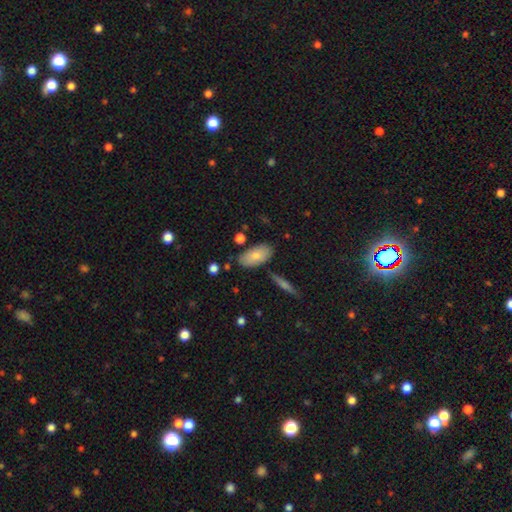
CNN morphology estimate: The model was most divided on "smooth or featured": smooth: 76%, featured or disk: 17%, star or artifact: 7%. More confident: how rounded — in between (92%); merging — none (76%).